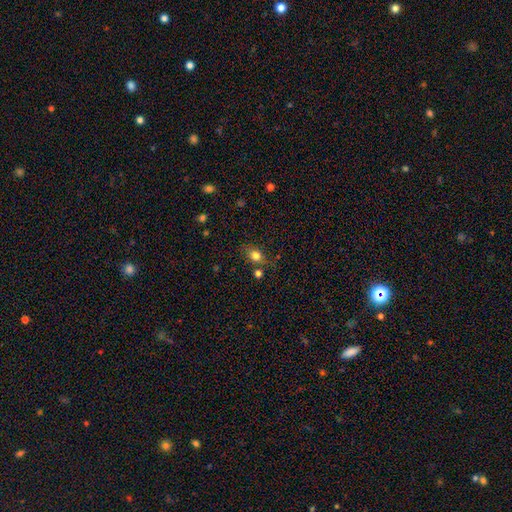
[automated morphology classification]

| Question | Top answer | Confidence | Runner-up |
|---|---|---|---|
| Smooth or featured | smooth | 79% | star or artifact (12%) |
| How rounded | in between | 58% | round (40%) |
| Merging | none | 67% | minor disturbance (18%) |